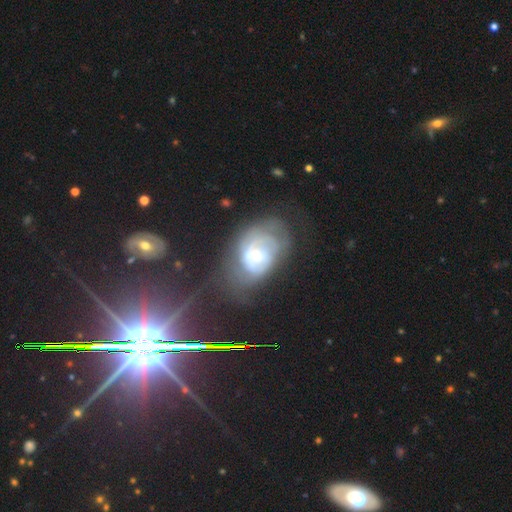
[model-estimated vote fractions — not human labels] Smooth or featured? featured or disk (68%)
Edge-on disk? no (96%)
Bar? no (73%)
Spiral arms? yes (69%)
Bulge size? moderate (52%)
Merging? none (46%)